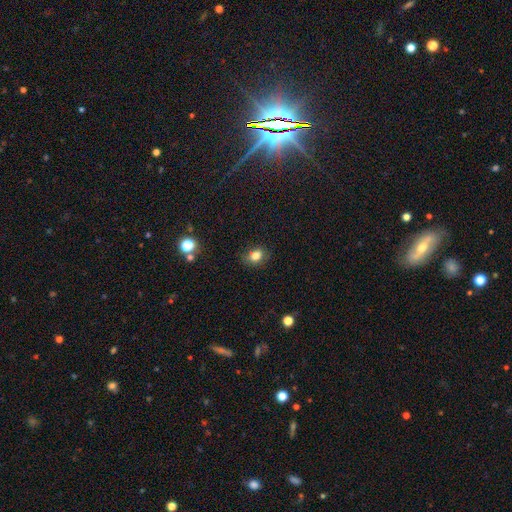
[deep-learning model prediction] A smooth galaxy with no disk features (80%) that is in between round and cigar-shaped (58%). Merging: none (77%).